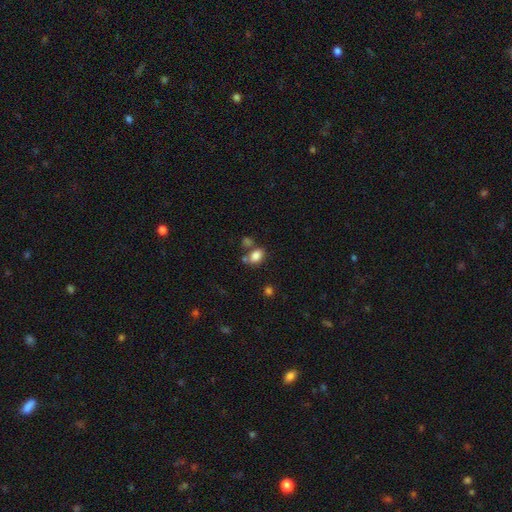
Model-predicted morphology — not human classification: Q: Smooth or featured?
A: smooth (83%); runner-up: star or artifact (10%)
Q: How rounded?
A: in between (75%); runner-up: round (24%)
Q: Merging?
A: none (61%); runner-up: merger (20%)